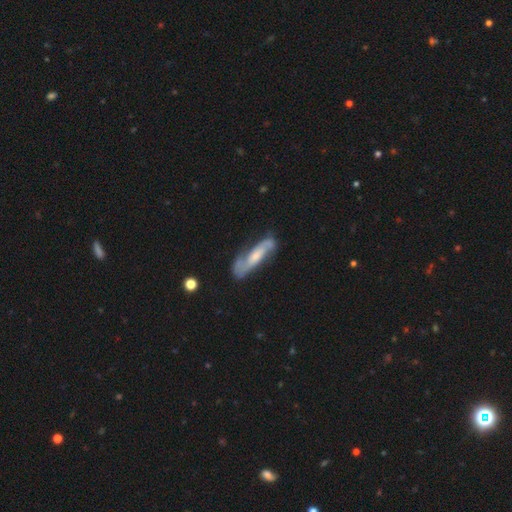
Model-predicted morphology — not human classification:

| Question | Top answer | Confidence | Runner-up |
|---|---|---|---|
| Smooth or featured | featured or disk | 66% | smooth (28%) |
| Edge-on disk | no | 73% | yes (27%) |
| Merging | none | 65% | minor disturbance (23%) |